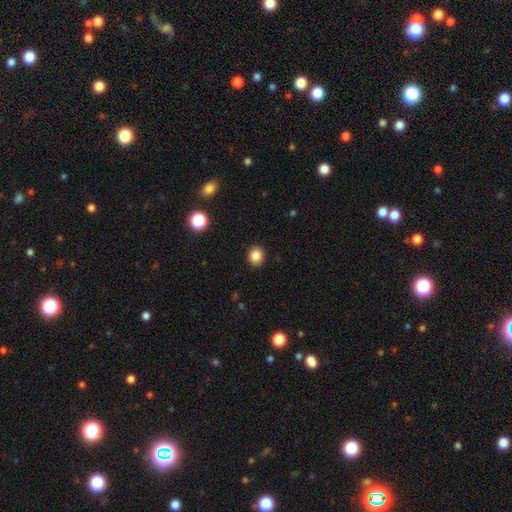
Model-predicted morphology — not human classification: smooth-or-featured: smooth: 85% | star or artifact: 11% | featured or disk: 4%
  how-rounded: round: 73% | in between: 26% | cigar-shaped: 1%
  merging: none: 91% | minor disturbance: 6% | major disturbance: 2% | merger: 1%